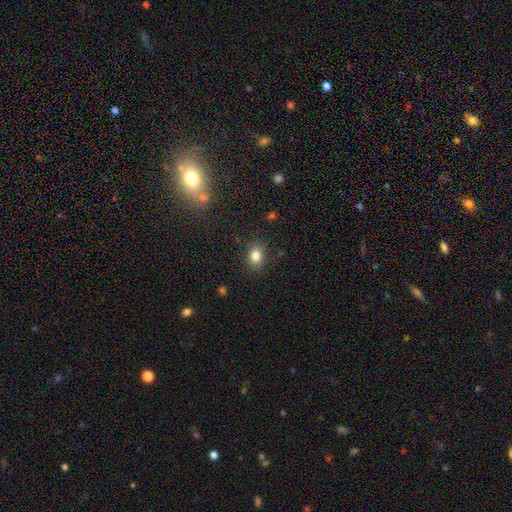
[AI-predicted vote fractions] A smooth galaxy with no disk features (82%) that is in between round and cigar-shaped (61%).

Vote fractions:
- Smooth or featured? smooth: 82% / star or artifact: 11% / featured or disk: 7%
- How rounded? in between: 61% / round: 38% / cigar-shaped: 1%
- Merging? none: 87% / minor disturbance: 9% / major disturbance: 3% / merger: 1%